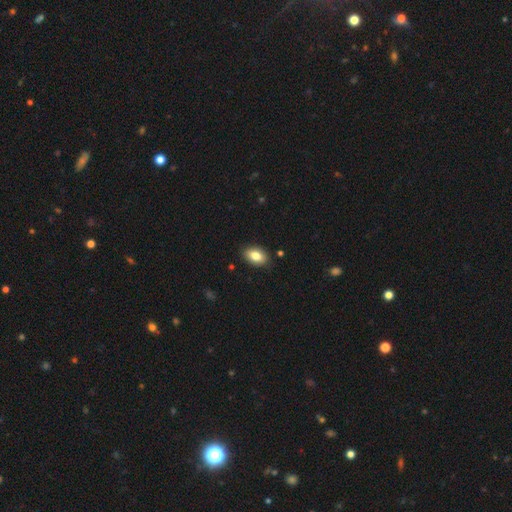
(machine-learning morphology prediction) The model was most divided on "smooth or featured": smooth: 82%, featured or disk: 11%, star or artifact: 8%. More confident: how rounded — in between (90%); merging — none (87%).